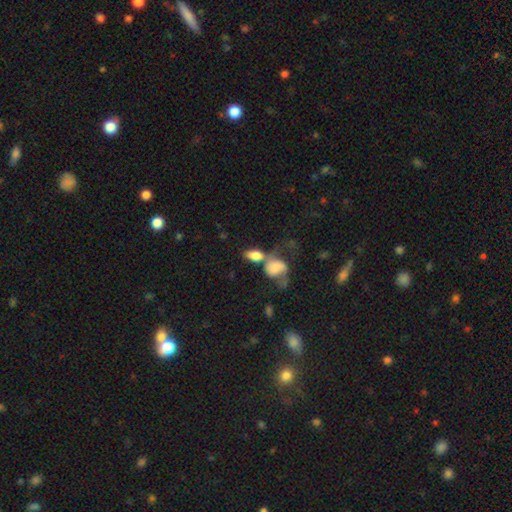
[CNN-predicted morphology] The model was most divided on "merging": merger: 54%, none: 25%, minor disturbance: 11%, major disturbance: 11%. More confident: how rounded — in between (86%); smooth or featured — smooth (74%).